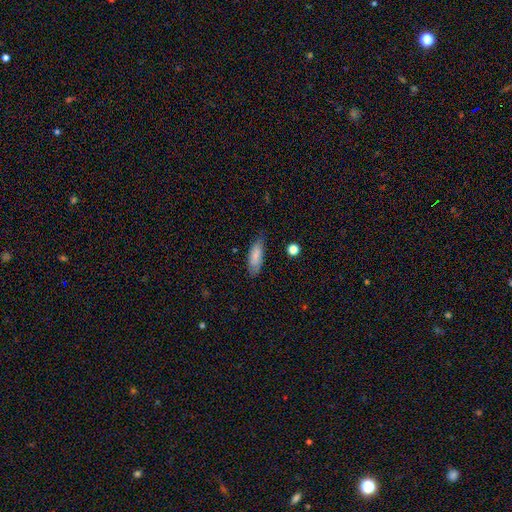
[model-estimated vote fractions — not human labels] Morphology: type=smooth (82%); roundness=in between (69%); merging=none (72%).